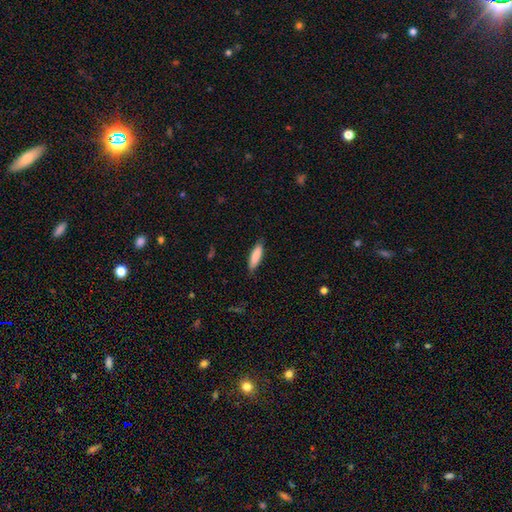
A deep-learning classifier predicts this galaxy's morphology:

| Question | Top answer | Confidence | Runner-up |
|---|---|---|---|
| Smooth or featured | smooth | 86% | featured or disk (9%) |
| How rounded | cigar-shaped | 58% | in between (41%) |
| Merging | none | 79% | minor disturbance (17%) |